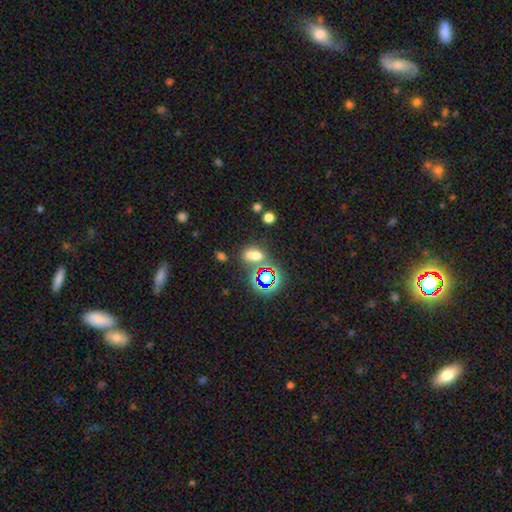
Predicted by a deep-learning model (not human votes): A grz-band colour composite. It shows a smooth galaxy with no disk features (51%) that is in between round and cigar-shaped (74%). Merging: none (61%).